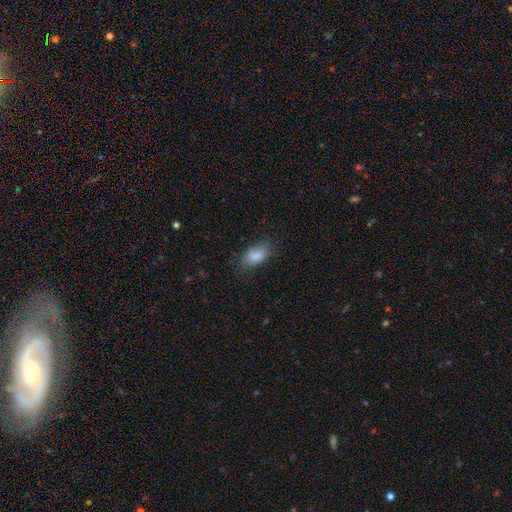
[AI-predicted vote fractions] smooth-or-featured: smooth: 85% | star or artifact: 8% | featured or disk: 8%
  how-rounded: in between: 90% | round: 7% | cigar-shaped: 4%
  merging: none: 72% | minor disturbance: 20% | major disturbance: 7% | merger: 1%